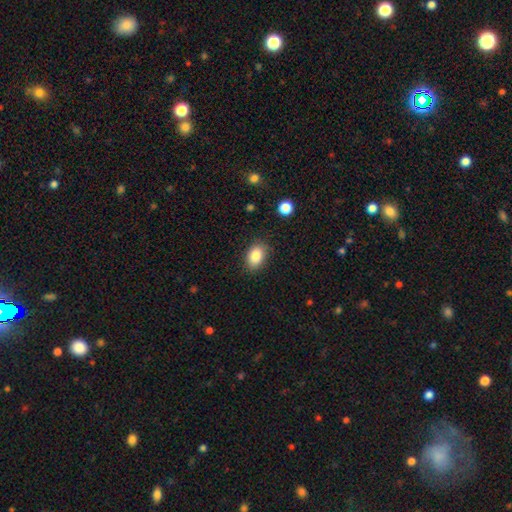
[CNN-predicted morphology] Smooth or featured?
  - smooth: 86% *
  - star or artifact: 9%
  - featured or disk: 6%
How rounded?
  - in between: 82% *
  - round: 17%
  - cigar-shaped: 1%
Merging?
  - none: 84% *
  - minor disturbance: 12%
  - major disturbance: 3%
  - merger: 1%